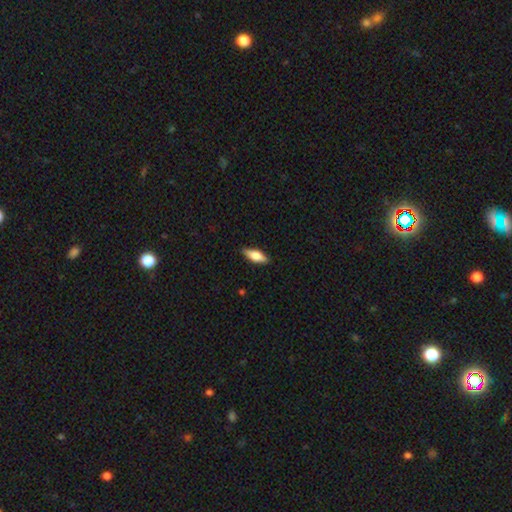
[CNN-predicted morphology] This is likely a smooth galaxy (68%). How rounded: likely in between (70%). Merging: clearly none (87%).